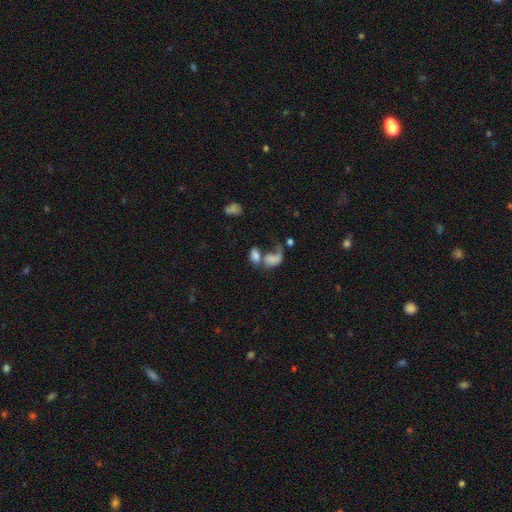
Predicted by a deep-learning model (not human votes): This is likely a smooth galaxy (71%). How rounded: clearly in between (84%). Merging: possibly merger (59%).